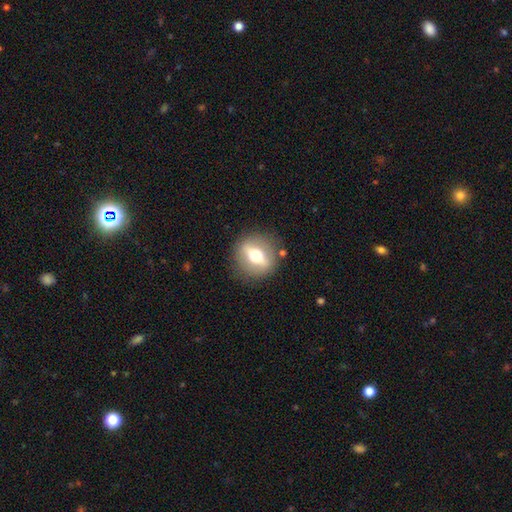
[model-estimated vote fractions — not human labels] A featured or disk galaxy (55%).

Vote fractions:
- Smooth or featured? featured or disk: 55% / smooth: 36% / star or artifact: 8%
- Edge-on disk? no: 54% / yes: 46%
- Merging? none: 85% / minor disturbance: 9% / major disturbance: 4% / merger: 2%